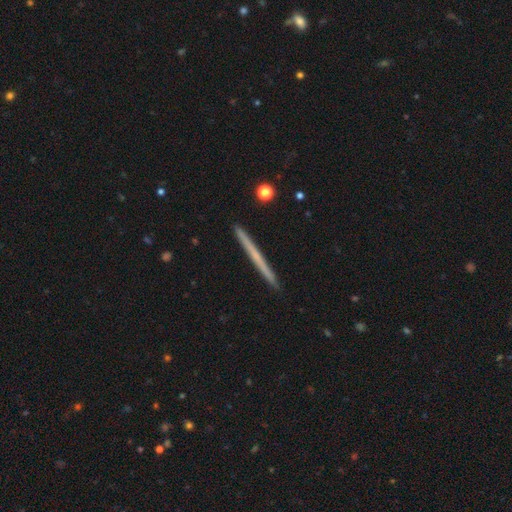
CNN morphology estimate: Smooth or featured? Predicted: featured or disk (p=0.49). Merging? Predicted: none (p=0.93).